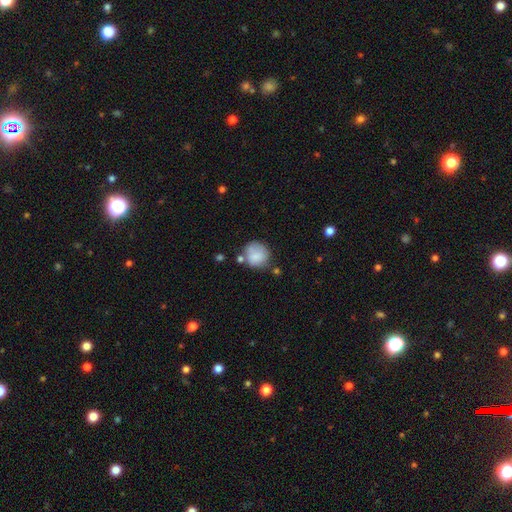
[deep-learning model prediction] This is clearly a smooth galaxy (81%). How rounded: clearly round (84%). Merging: possibly none (57%).